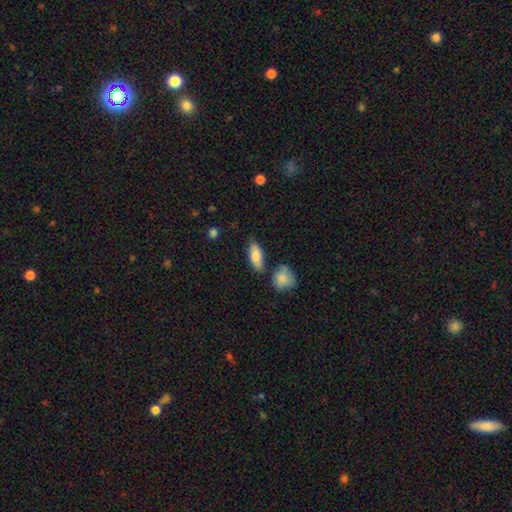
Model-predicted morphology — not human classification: smooth 80%, featured or disk 14%, star or artifact 6%. Down the decision tree: how rounded — in between (81%); merging — none (77%).